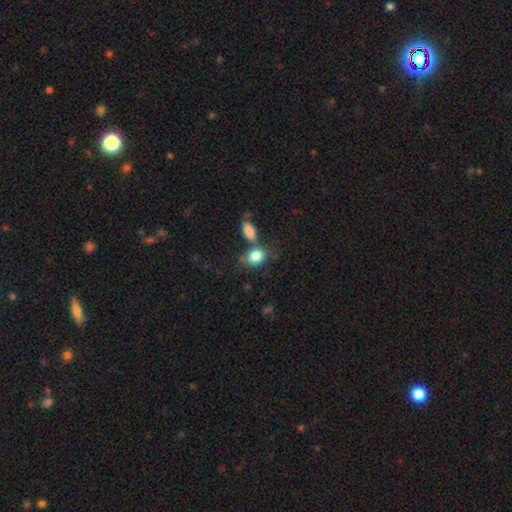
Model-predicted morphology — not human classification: Smooth or featured?
  - smooth: 83% *
  - featured or disk: 9%
  - star or artifact: 8%
How rounded?
  - round: 50% *
  - in between: 49%
  - cigar-shaped: 2%
Merging?
  - none: 47% *
  - merger: 31%
  - minor disturbance: 16%
  - major disturbance: 6%